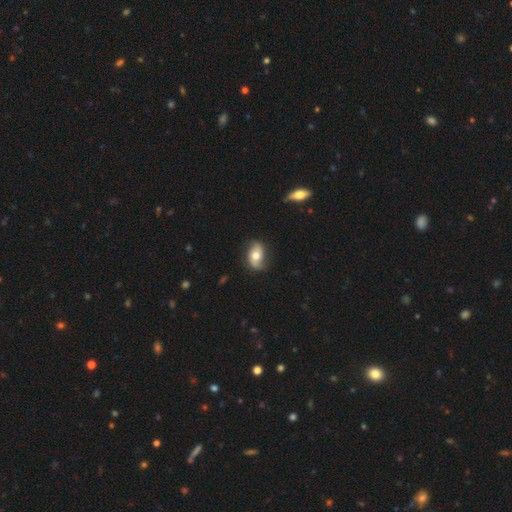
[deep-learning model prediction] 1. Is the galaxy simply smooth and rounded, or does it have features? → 50% smooth, 43% featured or disk, 7% star or artifact.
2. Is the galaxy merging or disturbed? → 68% none, 24% minor disturbance, 7% major disturbance, 2% merger.